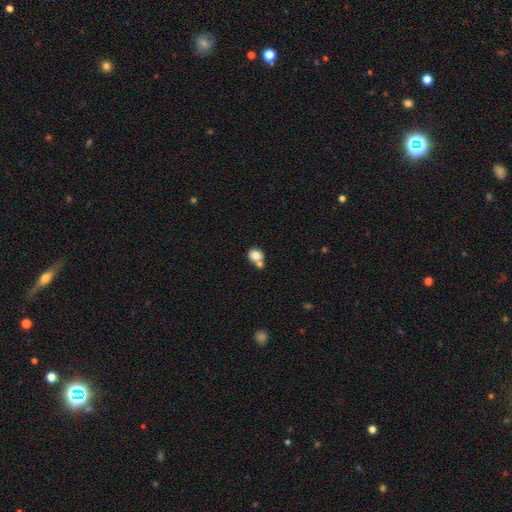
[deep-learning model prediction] This appears to be a smooth galaxy with no disk features (80%) that is round (73%). Merging: merger (43%, tied with none).